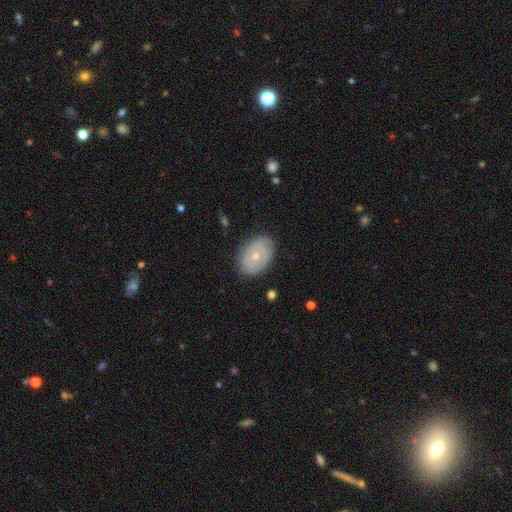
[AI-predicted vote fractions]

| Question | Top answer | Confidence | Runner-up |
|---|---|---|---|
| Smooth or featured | featured or disk | 53% | smooth (40%) |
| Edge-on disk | no | 95% | yes (5%) |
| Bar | no | 85% | weak (12%) |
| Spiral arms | yes | 52% | no (48%) |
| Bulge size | small | 56% | moderate (40%) |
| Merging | none | 83% | minor disturbance (13%) |